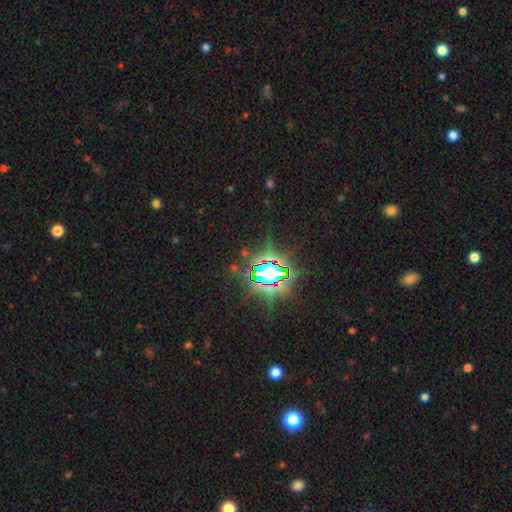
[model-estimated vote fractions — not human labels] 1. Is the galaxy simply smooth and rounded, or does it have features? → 82% star or artifact, 10% smooth, 7% featured or disk.